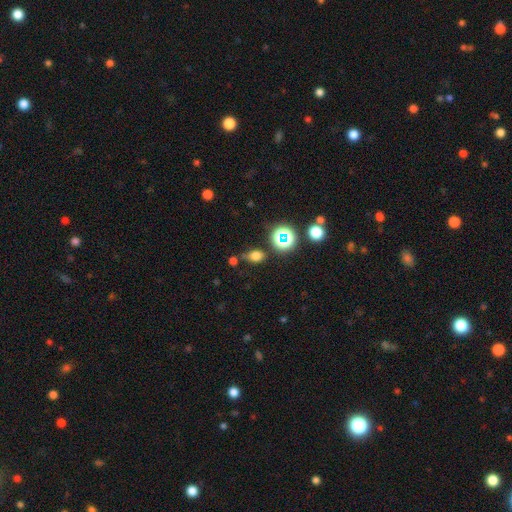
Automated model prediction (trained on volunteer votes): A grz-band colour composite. It shows a smooth galaxy with no disk features (69%) that is in between round and cigar-shaped (63%). Merging: none (65%).